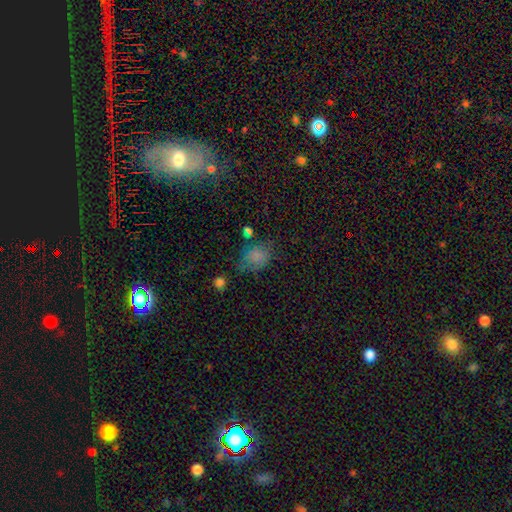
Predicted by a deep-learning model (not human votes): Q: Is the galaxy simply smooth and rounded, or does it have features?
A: smooth — 74%.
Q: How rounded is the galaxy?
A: in between — 58%.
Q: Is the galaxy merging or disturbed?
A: none — 53%.